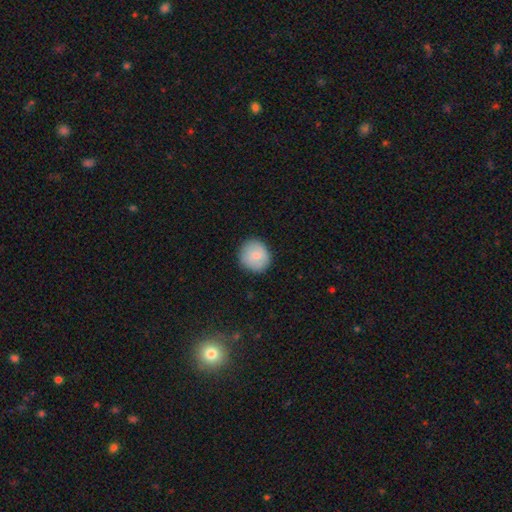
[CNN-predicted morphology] Smooth or featured? Predicted: smooth (p=0.81). How rounded? Predicted: round (p=0.91). Merging? Predicted: none (p=0.88).